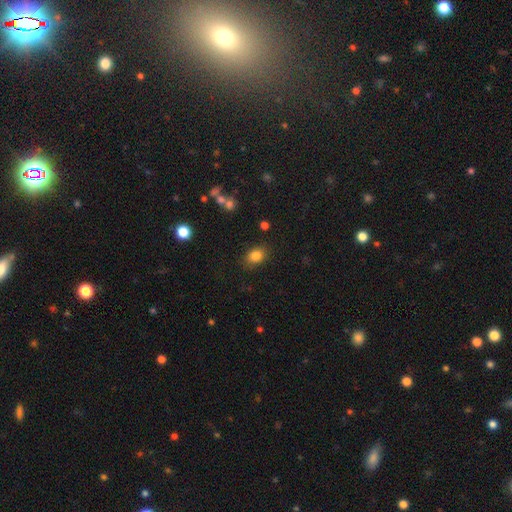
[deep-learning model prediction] This appears to be a smooth galaxy with no disk features (83%) that is in between round and cigar-shaped (68%). Merging: none (83%).